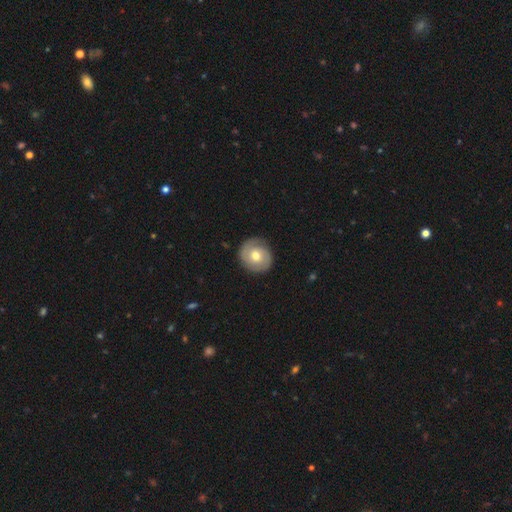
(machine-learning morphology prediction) This appears to be a featured or disk galaxy (59%) with no bar (74%), spiral arms (81%) and a moderate central bulge (76%). Merging: none (85%).